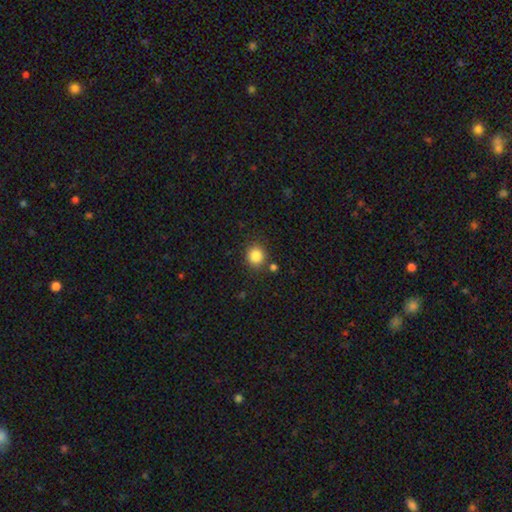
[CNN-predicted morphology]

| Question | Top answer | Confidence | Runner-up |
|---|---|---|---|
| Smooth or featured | smooth | 85% | star or artifact (11%) |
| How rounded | round | 85% | in between (14%) |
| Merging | none | 82% | minor disturbance (9%) |